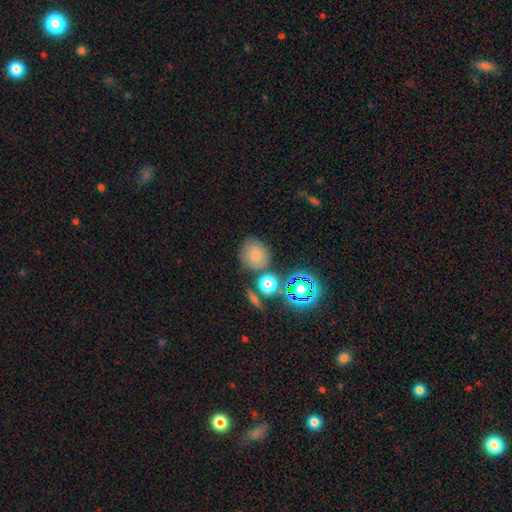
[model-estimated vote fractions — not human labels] Q: Smooth or featured?
A: smooth (71%); runner-up: star or artifact (17%)
Q: How rounded?
A: round (81%); runner-up: in between (18%)
Q: Merging?
A: none (71%); runner-up: minor disturbance (13%)